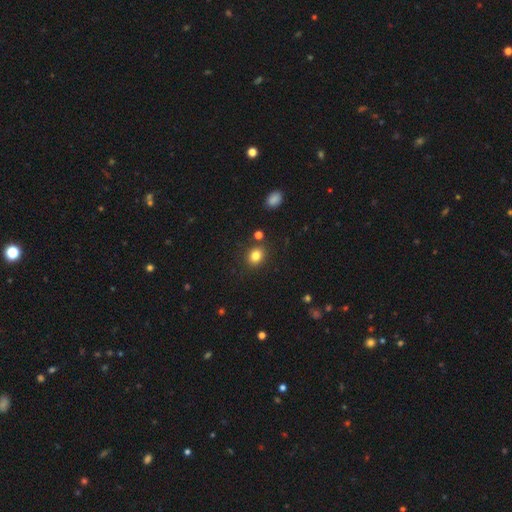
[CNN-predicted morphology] type=smooth (82%); roundness=round (62%); merging=none (84%).